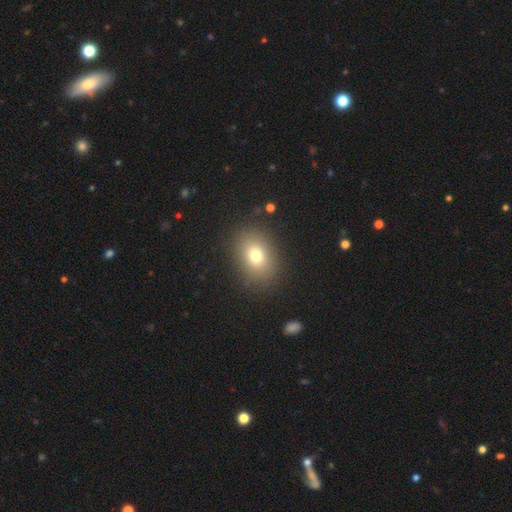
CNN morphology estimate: This appears to be a smooth galaxy with no disk features (75%) that is in between round and cigar-shaped (65%). Merging: none (86%).